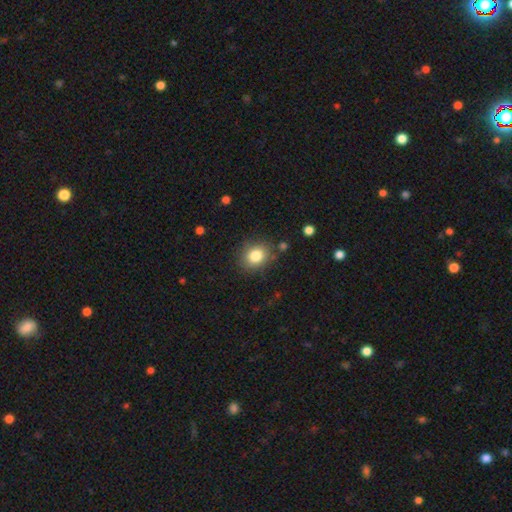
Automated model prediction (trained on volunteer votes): Morphology: type=smooth (83%); roundness=round (64%); merging=none (82%).